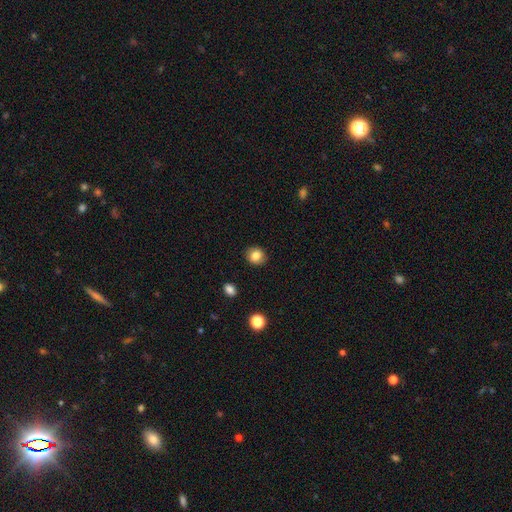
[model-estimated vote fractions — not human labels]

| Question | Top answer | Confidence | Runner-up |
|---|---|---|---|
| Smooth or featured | smooth | 84% | star or artifact (10%) |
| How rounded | round | 84% | in between (15%) |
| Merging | none | 90% | minor disturbance (7%) |